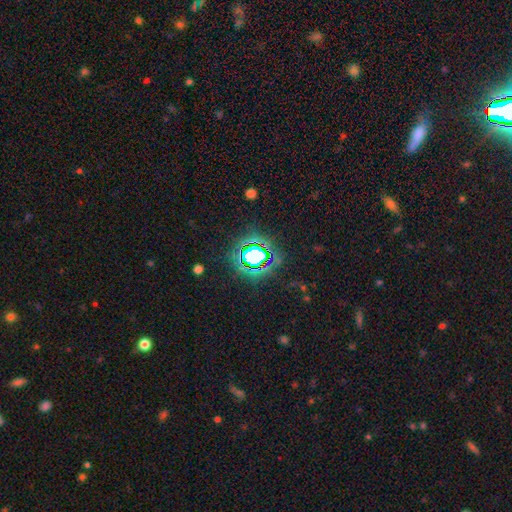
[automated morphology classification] Smooth or featured: star or artifact — 70% (smooth — 19%)